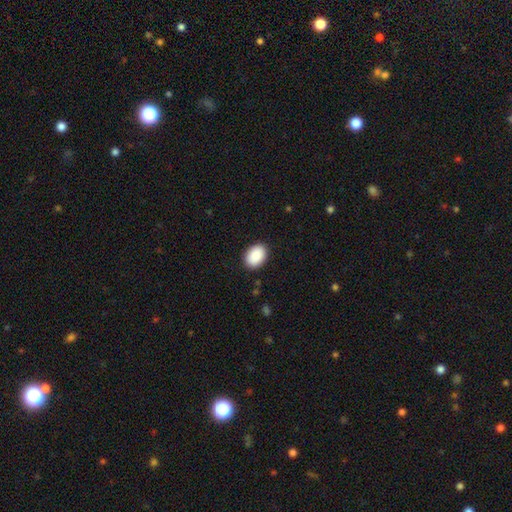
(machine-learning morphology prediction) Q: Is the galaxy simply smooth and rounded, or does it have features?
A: smooth — 91%.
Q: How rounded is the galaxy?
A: in between — 82%.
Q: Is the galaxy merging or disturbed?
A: none — 90%.